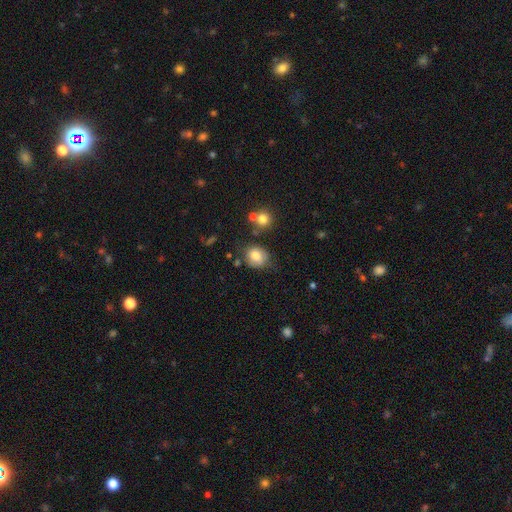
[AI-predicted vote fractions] smooth-or-featured: smooth: 81% | star or artifact: 10% | featured or disk: 10%
  how-rounded: round: 65% | in between: 34% | cigar-shaped: 1%
  merging: none: 71% | minor disturbance: 18% | merger: 6% | major disturbance: 5%